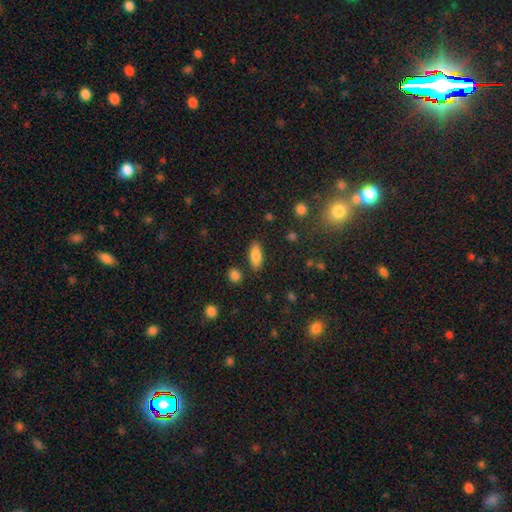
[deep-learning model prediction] Morphology: type=smooth (83%); roundness=in between (82%); merging=none (85%).